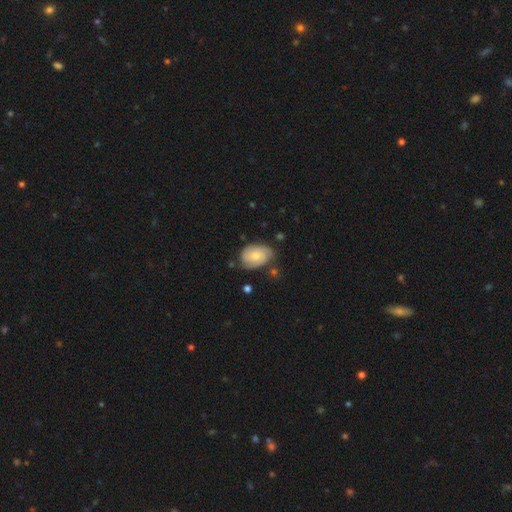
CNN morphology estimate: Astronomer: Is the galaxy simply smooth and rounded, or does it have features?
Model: featured or disk — 49% (runner-up: smooth, 44%).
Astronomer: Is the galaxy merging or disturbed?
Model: none — 62%.